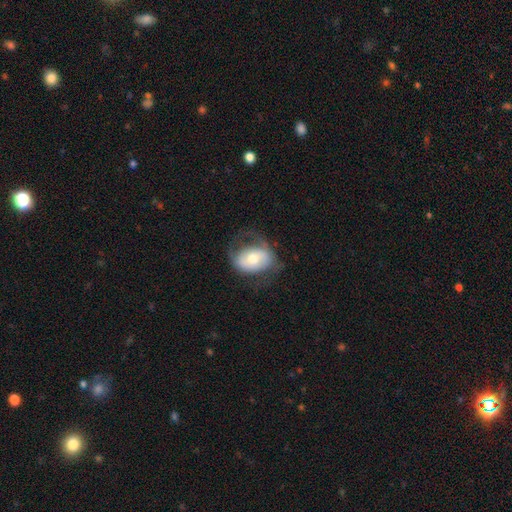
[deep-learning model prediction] A featured or disk galaxy (49%).

Vote fractions:
- Smooth or featured? featured or disk: 49% / smooth: 45% / star or artifact: 7%
- Merging? none: 50% / minor disturbance: 24% / major disturbance: 24% / merger: 1%